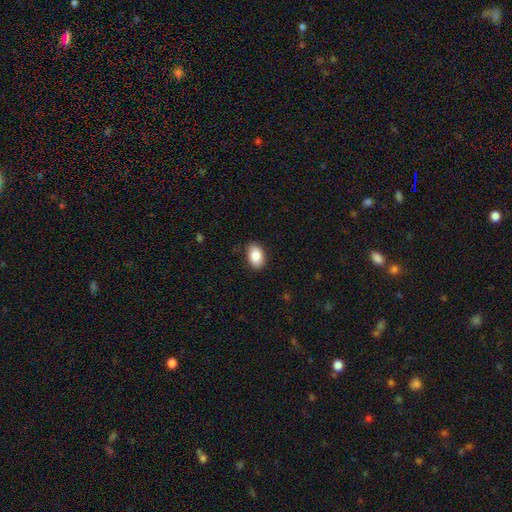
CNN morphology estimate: A smooth galaxy with no disk features (85%) that is in between round and cigar-shaped (89%).

Vote fractions:
- Smooth or featured? smooth: 85% / featured or disk: 7% / star or artifact: 7%
- How rounded? in between: 89% / round: 10% / cigar-shaped: 1%
- Merging? none: 87% / minor disturbance: 10% / major disturbance: 2% / merger: 1%